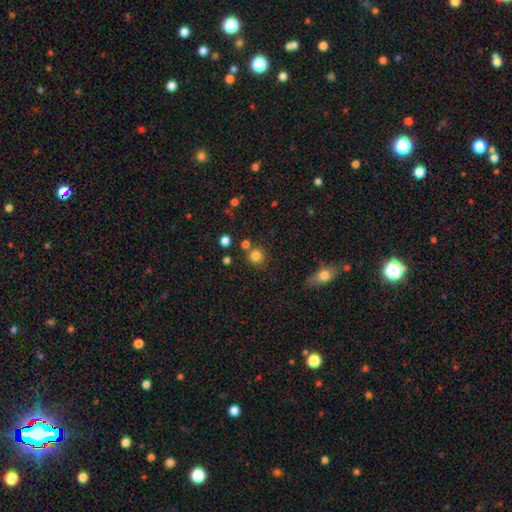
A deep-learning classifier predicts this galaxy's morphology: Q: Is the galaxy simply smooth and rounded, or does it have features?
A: smooth — 81%.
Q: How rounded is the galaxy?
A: round — 92%.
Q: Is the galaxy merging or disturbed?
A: none — 76%.